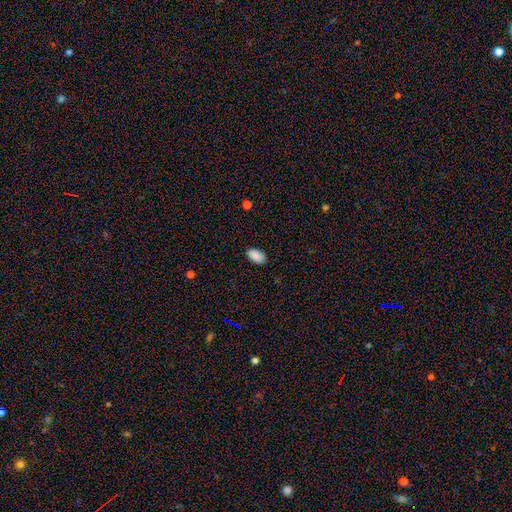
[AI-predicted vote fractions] Smooth or featured?
  - smooth: 89% *
  - star or artifact: 7%
  - featured or disk: 4%
How rounded?
  - in between: 94% *
  - round: 5%
  - cigar-shaped: 1%
Merging?
  - none: 87% *
  - minor disturbance: 10%
  - major disturbance: 2%
  - merger: 1%